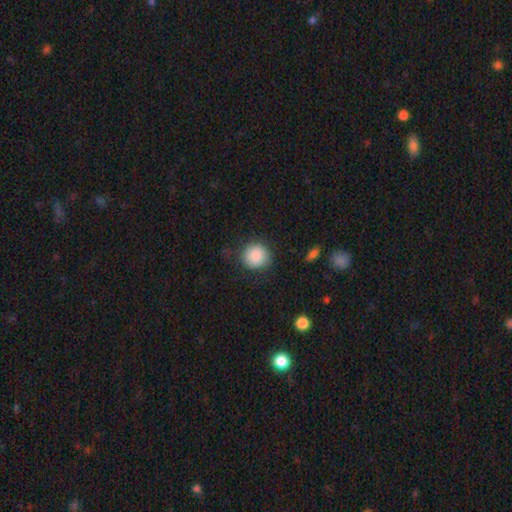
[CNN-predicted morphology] A smooth galaxy with no disk features (86%) that is round (90%). Merging: none (77%).